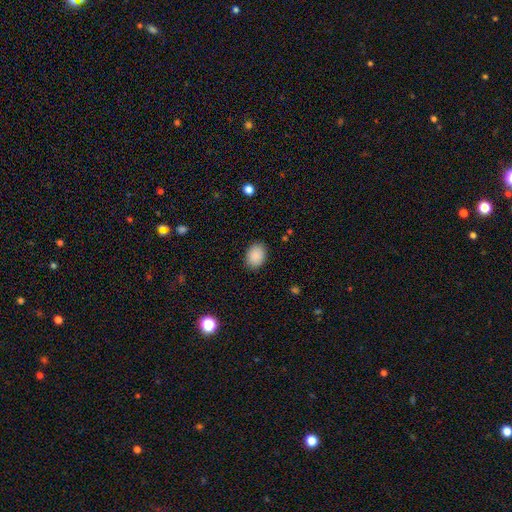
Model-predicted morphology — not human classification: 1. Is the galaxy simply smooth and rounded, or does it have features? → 90% smooth, 7% star or artifact, 3% featured or disk.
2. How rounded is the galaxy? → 69% in between, 30% round, 1% cigar-shaped.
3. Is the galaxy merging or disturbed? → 87% none, 9% minor disturbance, 2% major disturbance, 1% merger.